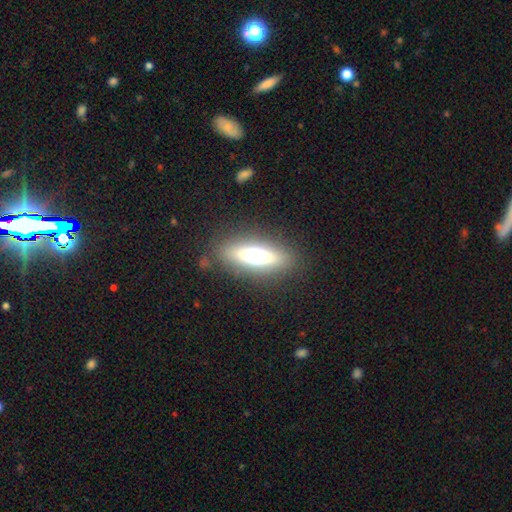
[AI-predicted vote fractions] Smooth or featured? Predicted: smooth (p=0.49). Merging? Predicted: none (p=0.85).